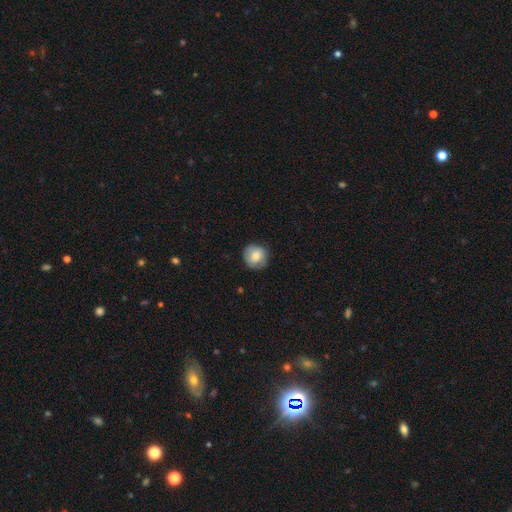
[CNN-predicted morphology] smooth-or-featured: smooth: 78% | featured or disk: 14% | star or artifact: 8%
  how-rounded: round: 91% | in between: 8% | cigar-shaped: 1%
  merging: none: 81% | minor disturbance: 15% | major disturbance: 3% | merger: 1%